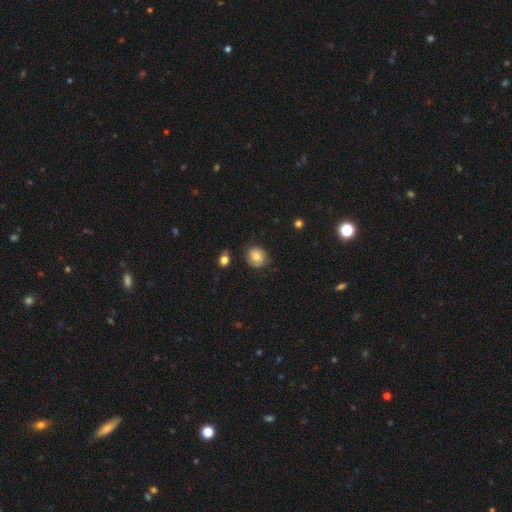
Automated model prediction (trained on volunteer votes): smooth-or-featured: smooth: 72% | featured or disk: 19% | star or artifact: 9%
  how-rounded: round: 74% | in between: 25% | cigar-shaped: 1%
  merging: none: 75% | minor disturbance: 18% | major disturbance: 5% | merger: 2%